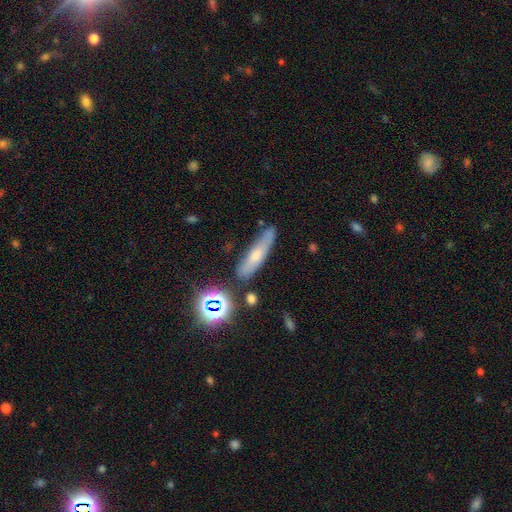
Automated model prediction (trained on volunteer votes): The model was most divided on "smooth or featured": smooth: 52%, featured or disk: 32%, star or artifact: 17%. More confident: how rounded — cigar-shaped (74%); merging — none (73%).